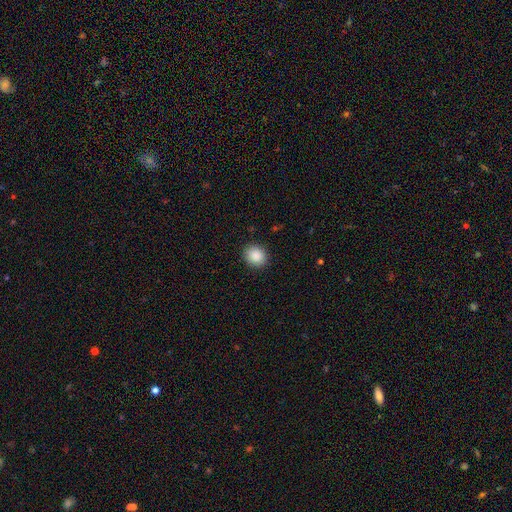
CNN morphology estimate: smooth_or_featured: smooth (p=0.89) [alt: star or artifact p=0.08]
how_rounded: round (p=0.79) [alt: in between p=0.20]
merging: none (p=0.90) [alt: minor disturbance p=0.07]